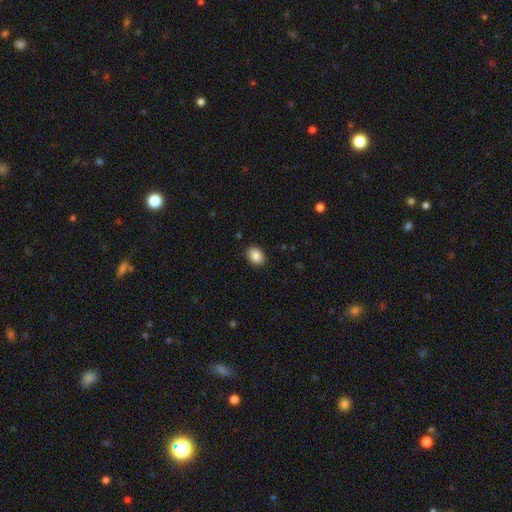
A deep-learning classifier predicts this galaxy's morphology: A smooth galaxy with no disk features (88%) that is in between round and cigar-shaped (70%).

Vote fractions:
- Smooth or featured? smooth: 88% / star or artifact: 8% / featured or disk: 4%
- How rounded? in between: 70% / round: 29% / cigar-shaped: 1%
- Merging? none: 88% / minor disturbance: 8% / major disturbance: 2% / merger: 1%